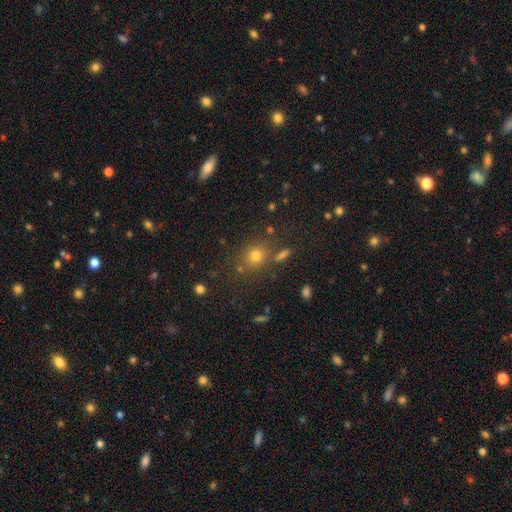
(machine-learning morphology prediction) Q: Smooth or featured?
A: smooth (69%); runner-up: star or artifact (21%)
Q: How rounded?
A: round (73%); runner-up: in between (26%)
Q: Merging?
A: none (75%); runner-up: minor disturbance (11%)